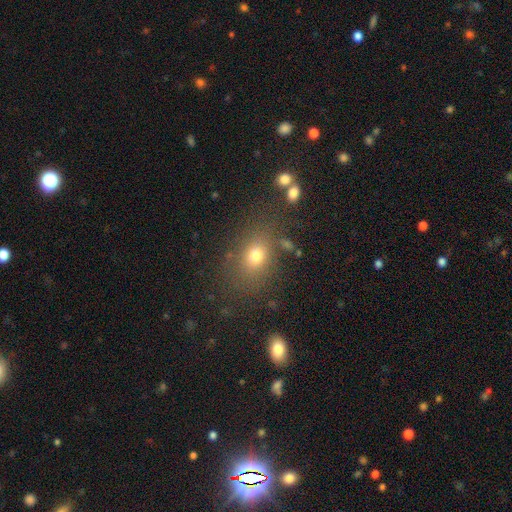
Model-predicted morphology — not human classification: smooth-or-featured: smooth: 72% | star or artifact: 17% | featured or disk: 11%
  how-rounded: in between: 59% | round: 40% | cigar-shaped: 2%
  merging: none: 76% | minor disturbance: 13% | major disturbance: 6% | merger: 5%